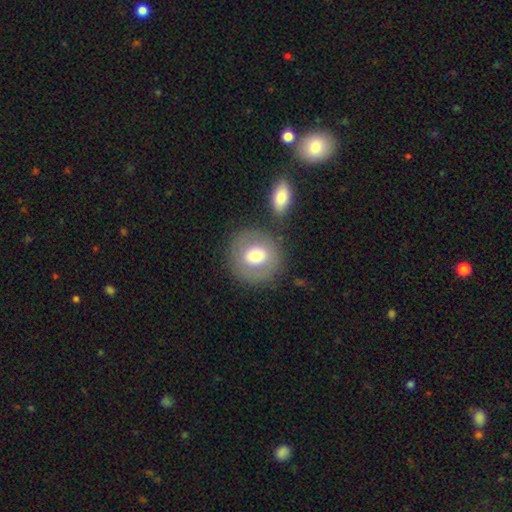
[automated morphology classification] This appears to be a smooth galaxy with no disk features (64%) that is round (89%). Merging: none (78%).